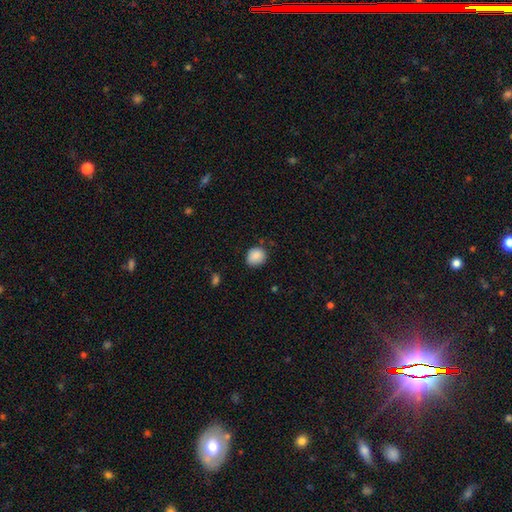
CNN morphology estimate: Smooth or featured? smooth (87%)
How rounded? round (72%)
Merging? none (77%)